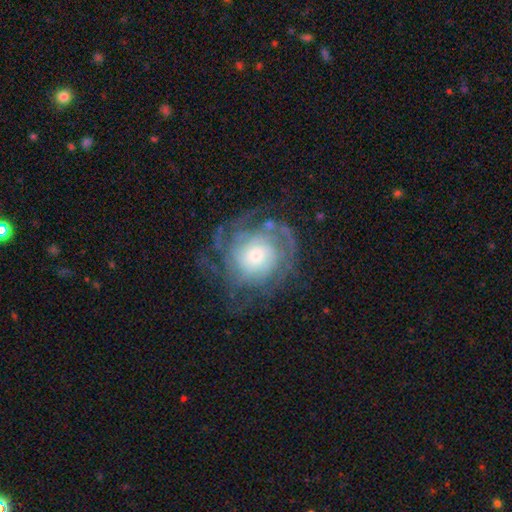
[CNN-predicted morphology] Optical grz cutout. It shows a featured or disk galaxy (80%) with no bar (75%), tight (63%) spiral arms (92%) and a small central bulge (48%). Merging: none (67%).